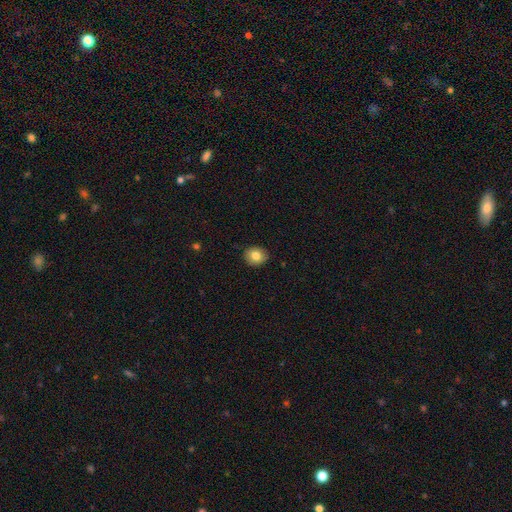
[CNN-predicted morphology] Smooth or featured: smooth — 82% (star or artifact — 9%)
How rounded: round — 70% (in between — 29%)
Merging: none — 89% (minor disturbance — 8%)